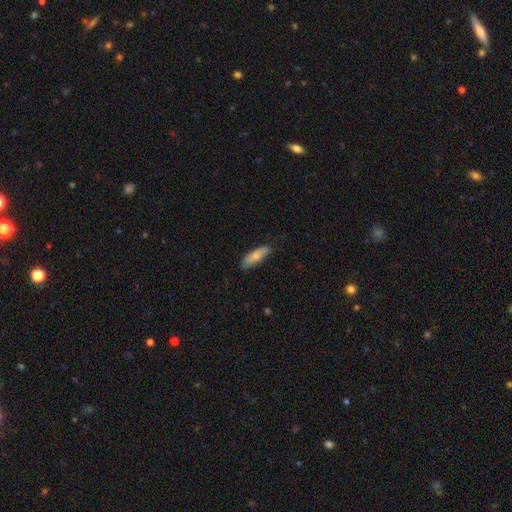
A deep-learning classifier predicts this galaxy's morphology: Q: Smooth or featured?
A: smooth (74%); runner-up: featured or disk (21%)
Q: How rounded?
A: in between (54%); runner-up: cigar-shaped (44%)
Q: Merging?
A: none (77%); runner-up: minor disturbance (18%)